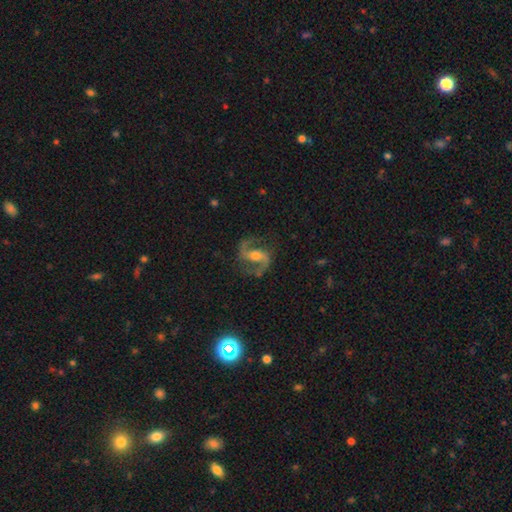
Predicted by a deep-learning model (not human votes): A featured or disk galaxy (91%) with a weak bar (42%), 2 (94%) medium (54%) spiral arms (98%) and a moderate central bulge (63%). Merging: none (78%).